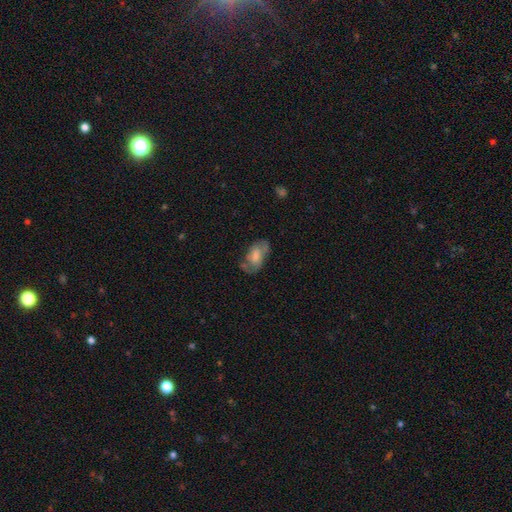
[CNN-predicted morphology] type=featured or disk (46%, tied with smooth); merging=none (51%).